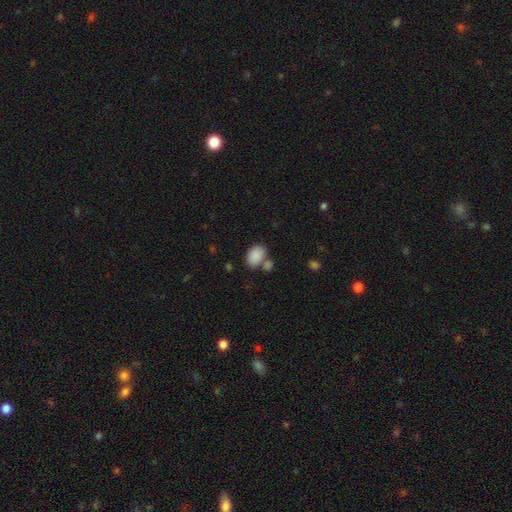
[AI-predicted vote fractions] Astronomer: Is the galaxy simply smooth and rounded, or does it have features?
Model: smooth — 87%.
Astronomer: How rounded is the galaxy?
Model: in between — 86%.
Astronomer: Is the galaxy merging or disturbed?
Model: none — 57%.